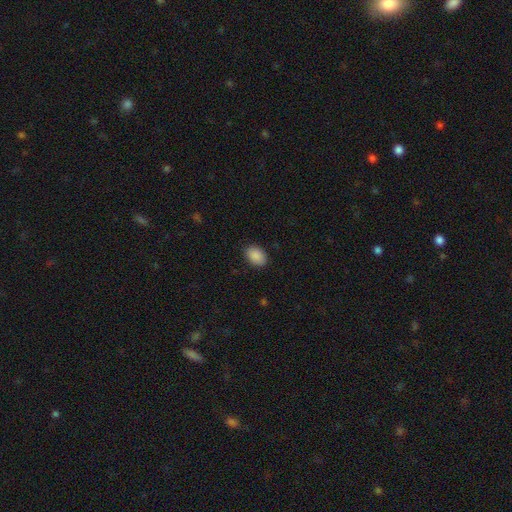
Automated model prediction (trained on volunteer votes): This appears to be a smooth galaxy with no disk features (90%) that is in between round and cigar-shaped (81%). Merging: none (87%).